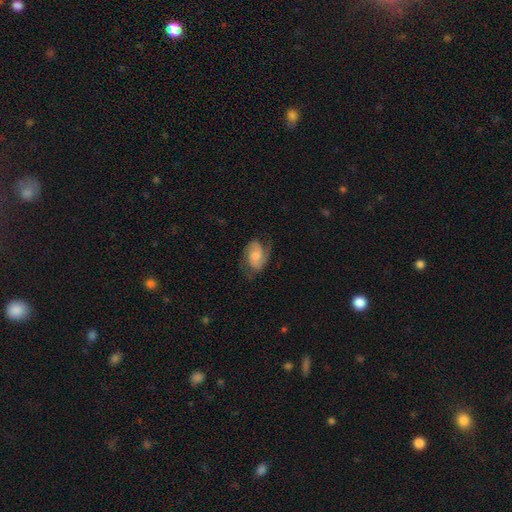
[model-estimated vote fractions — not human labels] smooth_or_featured: featured or disk (p=0.67) [alt: smooth p=0.26]
disk_edge_on: no (p=0.97) [alt: yes p=0.03]
bar: no (p=0.64) [alt: weak p=0.30]
has_spiral_arms: yes (p=0.92) [alt: no p=0.08]
spiral_winding: medium (p=0.45) [alt: tight p=0.29]
spiral_arm_count: 2 (p=0.74) [alt: 1 p=0.11]
bulge_size: moderate (p=0.53) [alt: small p=0.29]
merging: none (p=0.62) [alt: minor disturbance p=0.24]